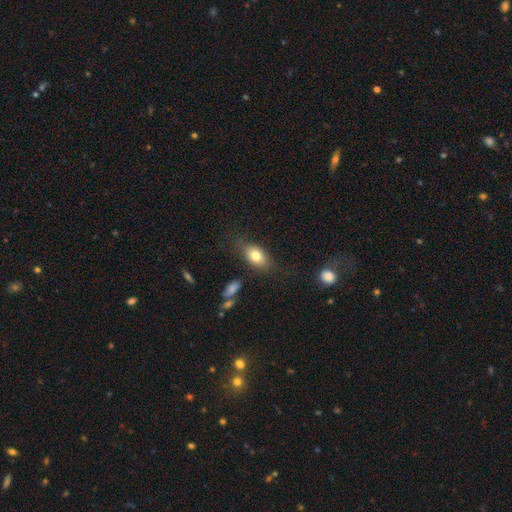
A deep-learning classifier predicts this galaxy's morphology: A smooth galaxy with no disk features (77%) that is in between round and cigar-shaped (80%). Merging: none (70%).